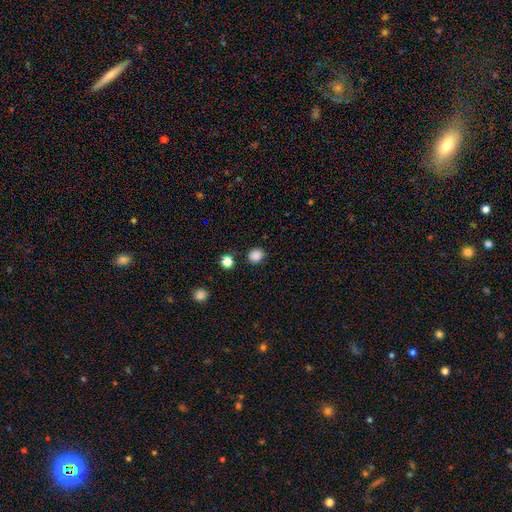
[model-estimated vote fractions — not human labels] smooth 85%, star or artifact 12%, featured or disk 3%. Down the decision tree: how rounded — round (79%); merging — none (86%).